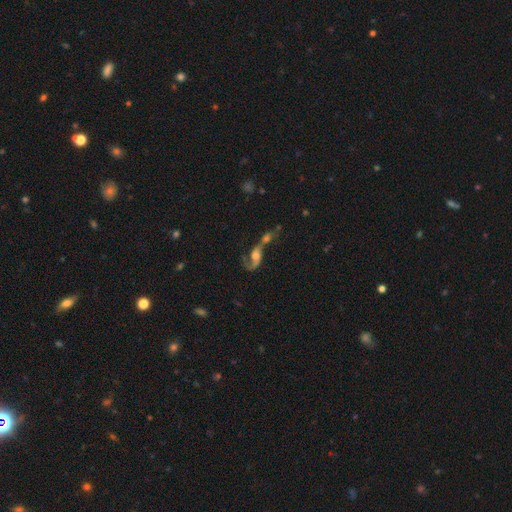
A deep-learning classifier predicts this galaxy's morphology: Smooth or featured? Predicted: featured or disk (p=0.67). Edge-on disk? Predicted: no (p=0.93). Bar? Predicted: no (p=0.62). Spiral arms? Predicted: yes (p=0.82). Spiral winding? Predicted: loose (p=0.74). Spiral arm count? Predicted: 2 (p=0.54). Bulge size? Predicted: moderate (p=0.40). Merging? Predicted: merger (p=0.68).